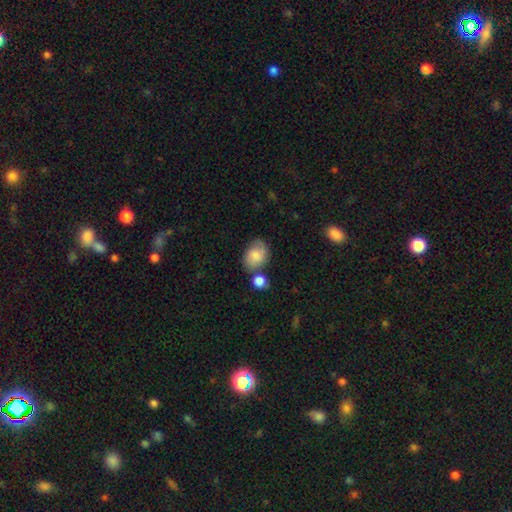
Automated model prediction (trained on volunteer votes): A smooth galaxy with no disk features (69%) that is in between round and cigar-shaped (67%). Merging: none (53%).